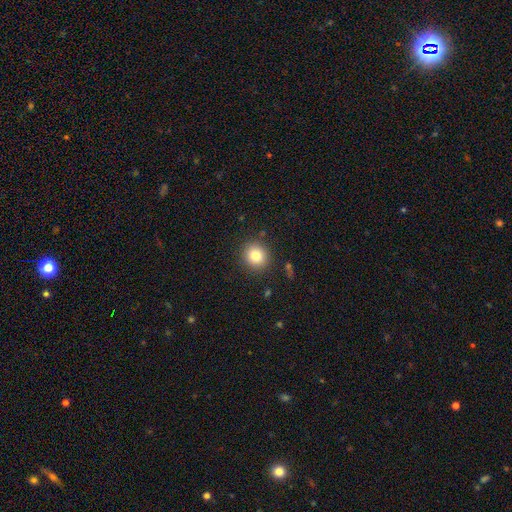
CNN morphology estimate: smooth-or-featured: smooth: 82% | star or artifact: 10% | featured or disk: 8%
  how-rounded: round: 87% | in between: 12% | cigar-shaped: 1%
  merging: none: 89% | minor disturbance: 7% | major disturbance: 3% | merger: 2%